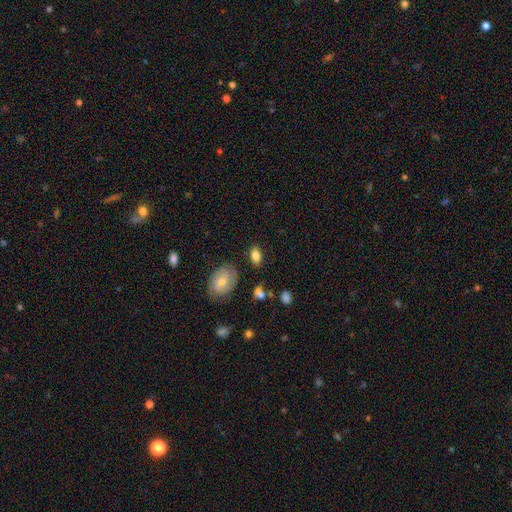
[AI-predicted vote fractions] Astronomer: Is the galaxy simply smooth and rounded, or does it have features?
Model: smooth — 79%.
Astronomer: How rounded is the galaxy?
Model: in between — 88%.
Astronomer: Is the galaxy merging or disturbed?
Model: none — 80%.